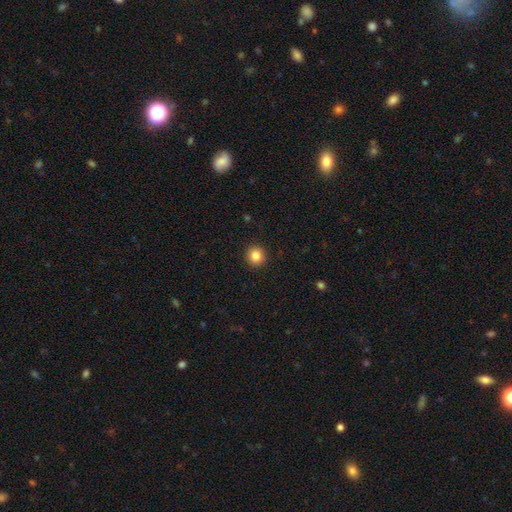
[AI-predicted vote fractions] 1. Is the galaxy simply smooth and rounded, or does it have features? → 85% smooth, 10% star or artifact, 4% featured or disk.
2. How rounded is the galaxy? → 93% round, 6% in between, 1% cigar-shaped.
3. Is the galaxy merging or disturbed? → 93% none, 5% minor disturbance, 2% major disturbance, 1% merger.